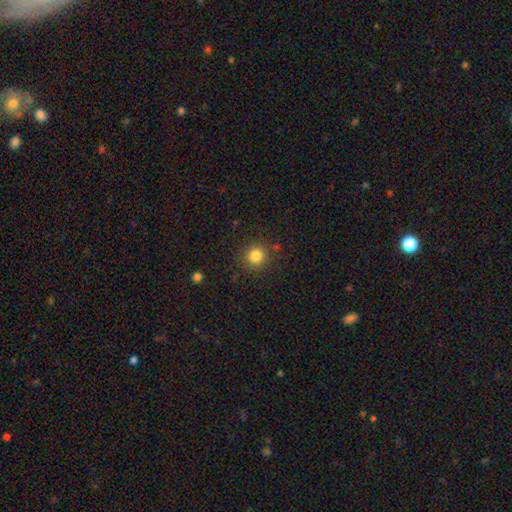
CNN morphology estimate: A smooth galaxy with no disk features (83%) that is round (94%). Merging: none (88%).